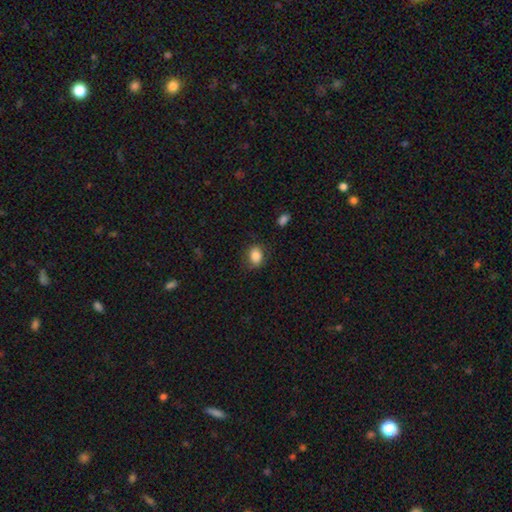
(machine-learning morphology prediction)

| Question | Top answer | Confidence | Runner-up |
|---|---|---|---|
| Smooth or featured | smooth | 86% | star or artifact (9%) |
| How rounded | in between | 59% | round (40%) |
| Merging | none | 76% | minor disturbance (18%) |